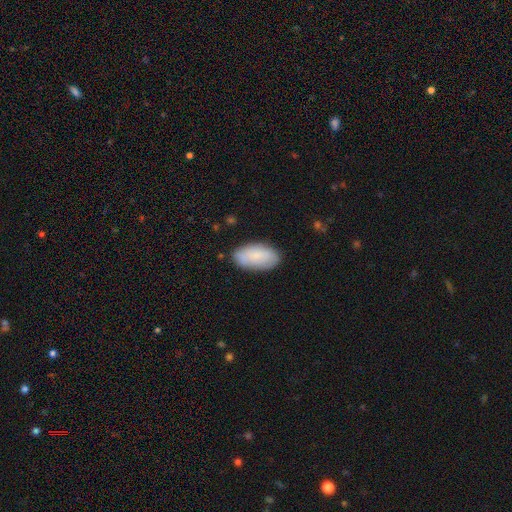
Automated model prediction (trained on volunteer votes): Morphology: type=smooth (82%); roundness=in between (95%); merging=none (82%).